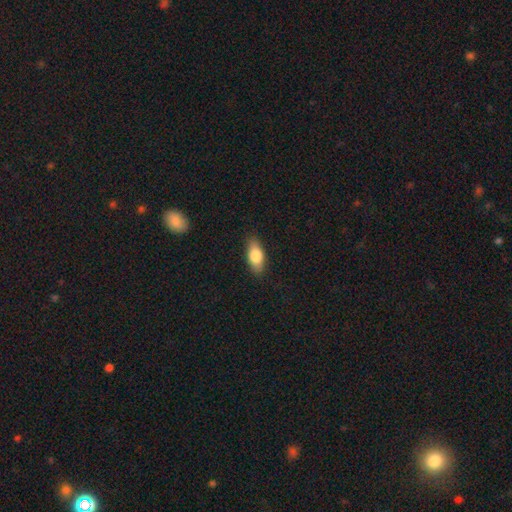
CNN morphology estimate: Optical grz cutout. It shows a smooth galaxy with no disk features (79%) that is in between round and cigar-shaped (84%). Merging: none (87%).